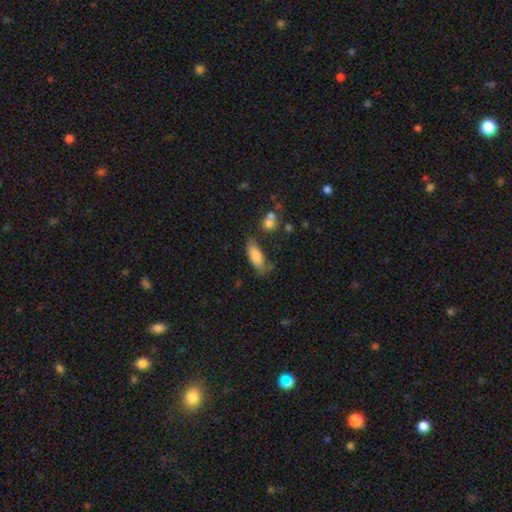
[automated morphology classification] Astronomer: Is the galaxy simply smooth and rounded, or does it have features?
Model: smooth — 83%.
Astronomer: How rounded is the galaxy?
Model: in between — 76%.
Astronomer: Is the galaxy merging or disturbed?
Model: none — 64%.